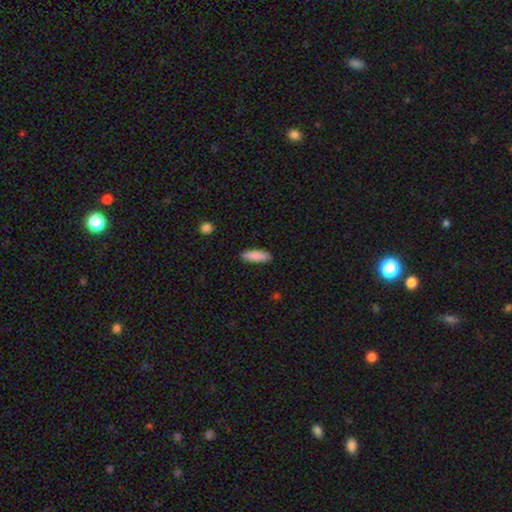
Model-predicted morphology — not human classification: smooth_or_featured: smooth (p=0.88) [alt: star or artifact p=0.06]
how_rounded: cigar-shaped (p=0.51) [alt: in between p=0.47]
merging: none (p=0.89) [alt: minor disturbance p=0.08]